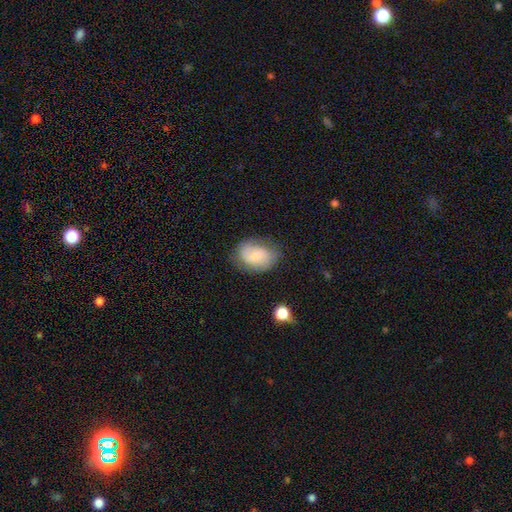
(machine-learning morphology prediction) Q: Smooth or featured?
A: smooth (60%); runner-up: featured or disk (32%)
Q: How rounded?
A: in between (67%); runner-up: round (32%)
Q: Merging?
A: none (70%); runner-up: minor disturbance (21%)